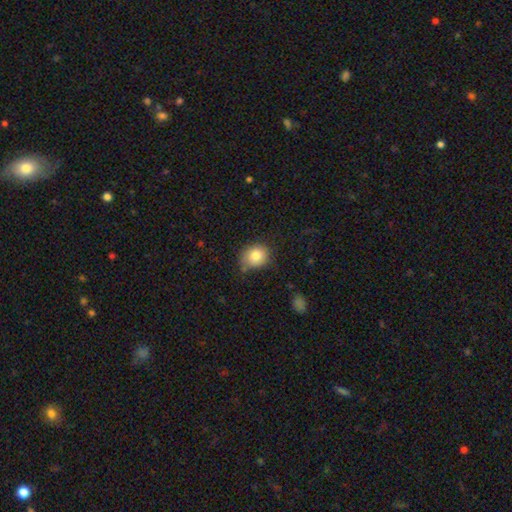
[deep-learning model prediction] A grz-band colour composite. It shows a smooth galaxy with no disk features (82%) that is round (72%). Merging: none (69%).